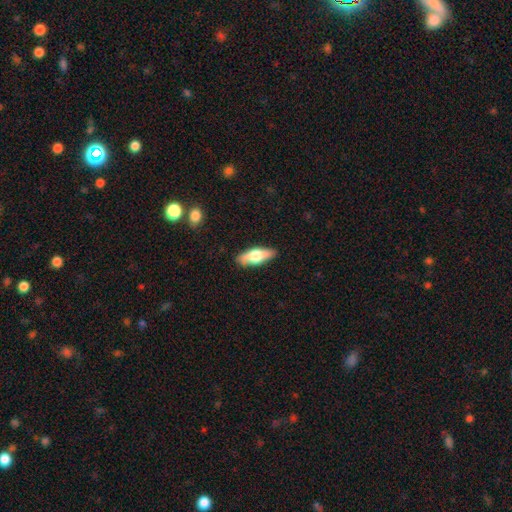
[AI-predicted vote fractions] The model was most divided on "smooth or featured": smooth: 55%, featured or disk: 39%, star or artifact: 6%. More confident: merging — none (86%); how rounded — in between (60%).